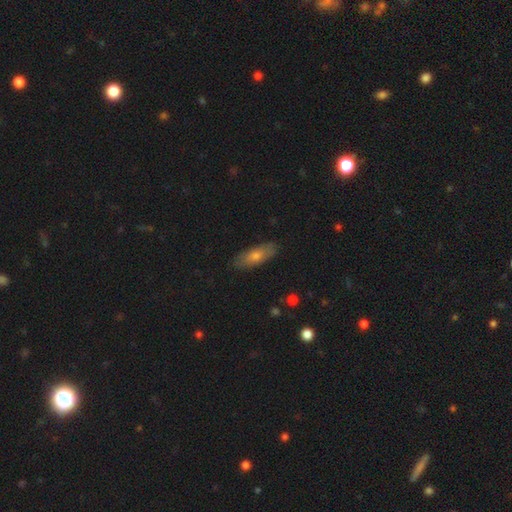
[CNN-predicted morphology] smooth 65%, featured or disk 27%, star or artifact 8%. Down the decision tree: how rounded — in between (65%); merging — none (85%).